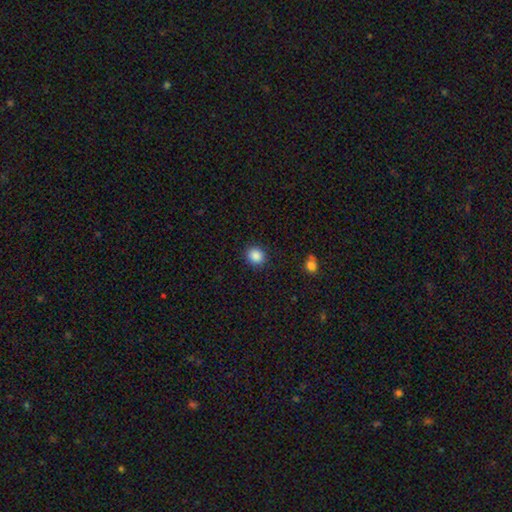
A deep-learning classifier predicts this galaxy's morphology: smooth 87%, star or artifact 10%, featured or disk 3%. Down the decision tree: how rounded — round (83%); merging — none (89%).